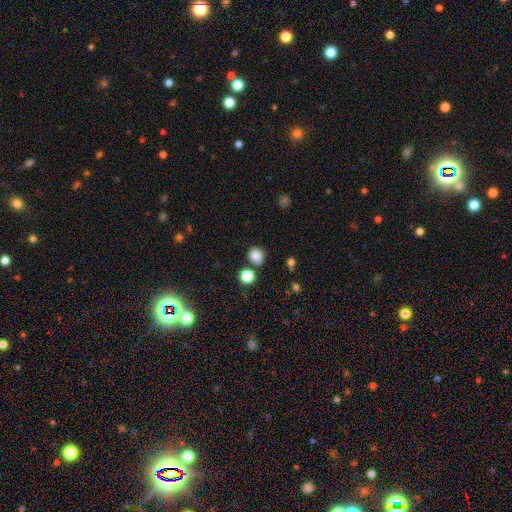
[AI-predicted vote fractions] Overall: smooth (82%). How rounded: round (81%). Merging: none (73%).